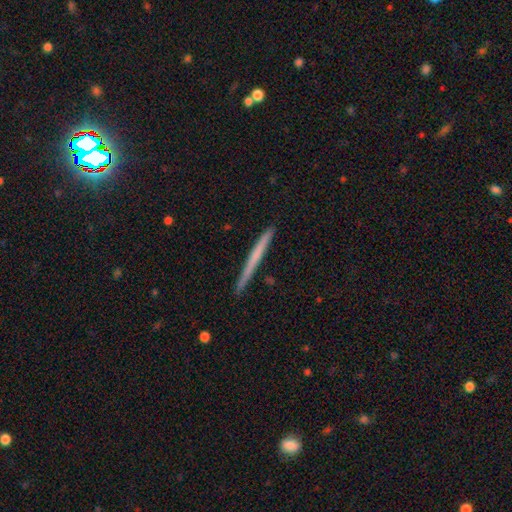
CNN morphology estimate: smooth 52%, featured or disk 43%, star or artifact 6%. Down the decision tree: how rounded — cigar-shaped (97%); merging — none (91%).